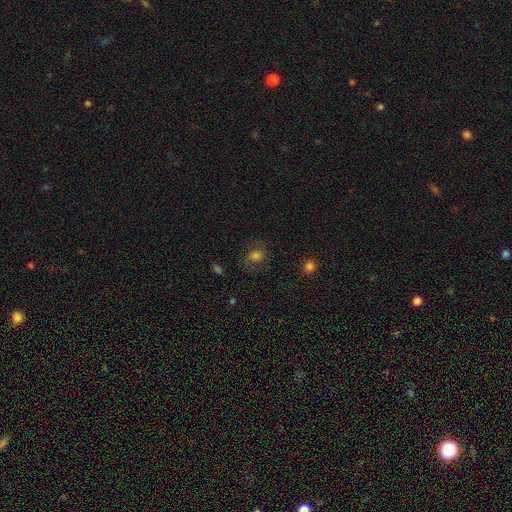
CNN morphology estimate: This appears to be a smooth galaxy with no disk features (54%) that is round (57%). Merging: none (70%).